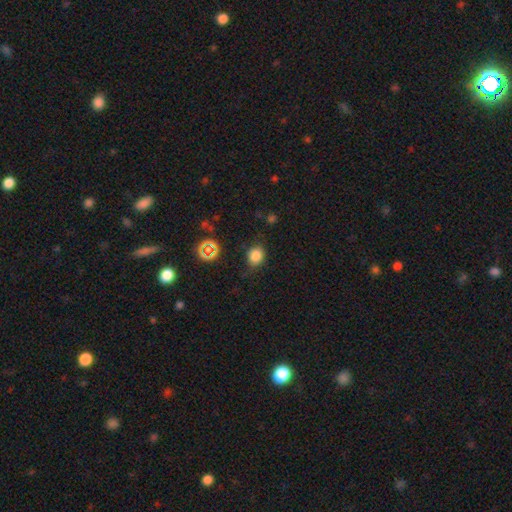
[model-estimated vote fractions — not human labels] smooth_or_featured: smooth (p=0.80) [alt: star or artifact p=0.14]
how_rounded: round (p=0.61) [alt: in between p=0.38]
merging: none (p=0.74) [alt: minor disturbance p=0.18]